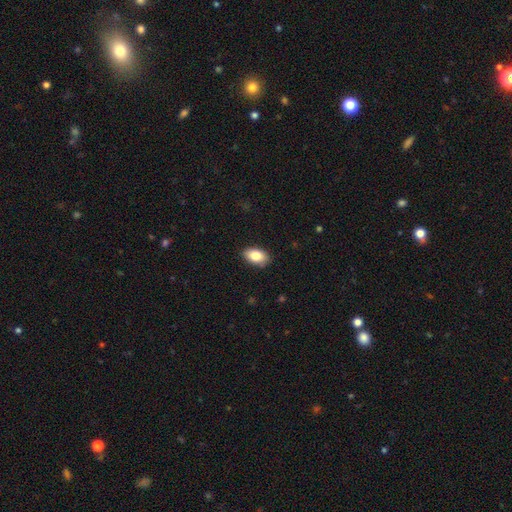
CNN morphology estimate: A smooth galaxy with no disk features (84%) that is in between round and cigar-shaped (92%). Merging: none (86%).